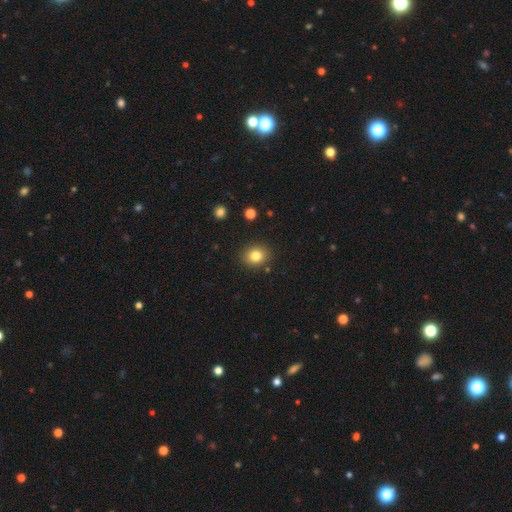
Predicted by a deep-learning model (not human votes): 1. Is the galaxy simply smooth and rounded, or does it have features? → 82% smooth, 11% star or artifact, 7% featured or disk.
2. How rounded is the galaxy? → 62% round, 37% in between, 1% cigar-shaped.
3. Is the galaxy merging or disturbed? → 88% none, 8% minor disturbance, 2% major disturbance, 2% merger.